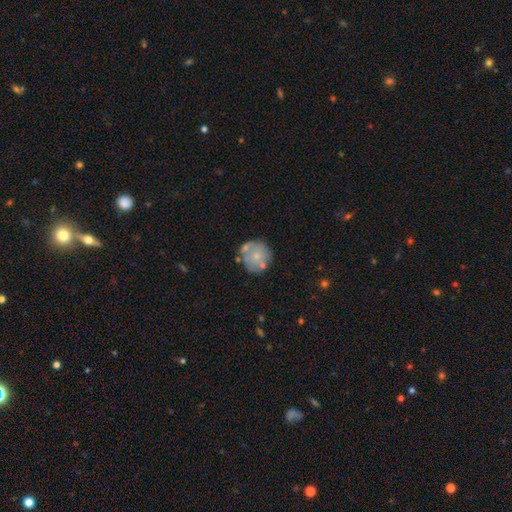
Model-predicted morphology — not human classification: This is likely a smooth galaxy (61%). How rounded: clearly round (92%). Merging: likely none (65%).